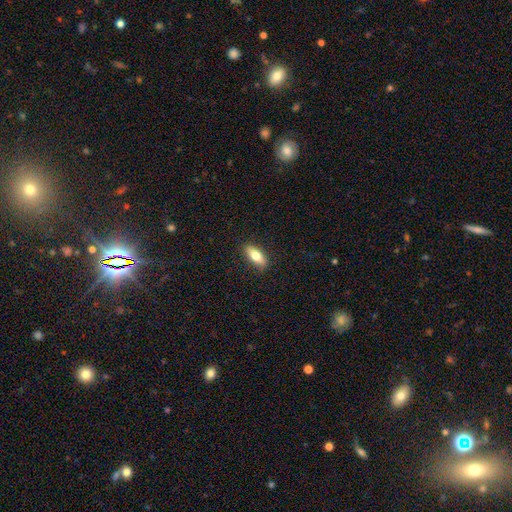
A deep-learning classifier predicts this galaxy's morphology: This appears to be a smooth galaxy with no disk features (71%) that is in between round and cigar-shaped (76%). Merging: none (87%).